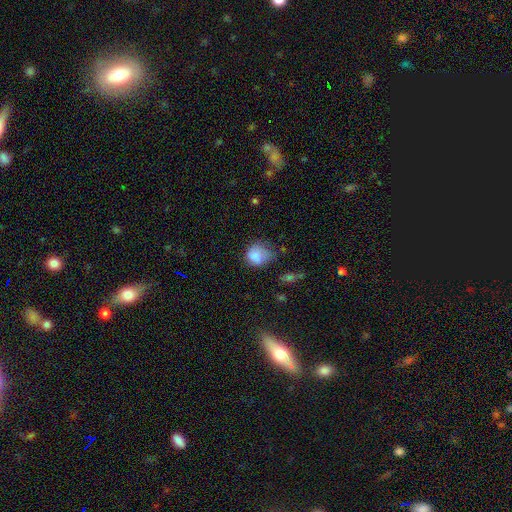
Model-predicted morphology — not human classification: smooth_or_featured: smooth (p=0.79) [alt: featured or disk p=0.11]
how_rounded: round (p=0.64) [alt: in between p=0.35]
merging: none (p=0.40) [alt: minor disturbance p=0.36]